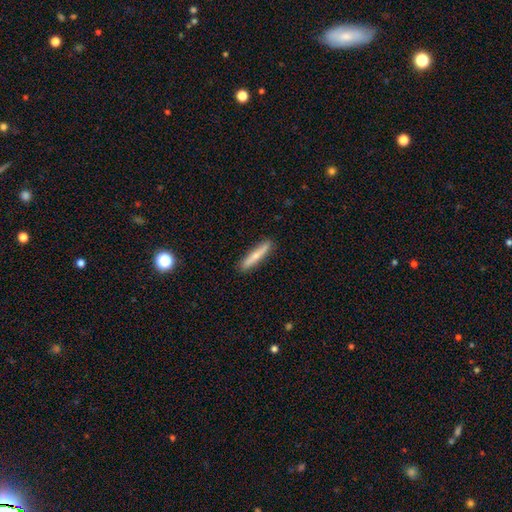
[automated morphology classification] type=smooth (62%); roundness=cigar-shaped (91%); merging=none (89%).